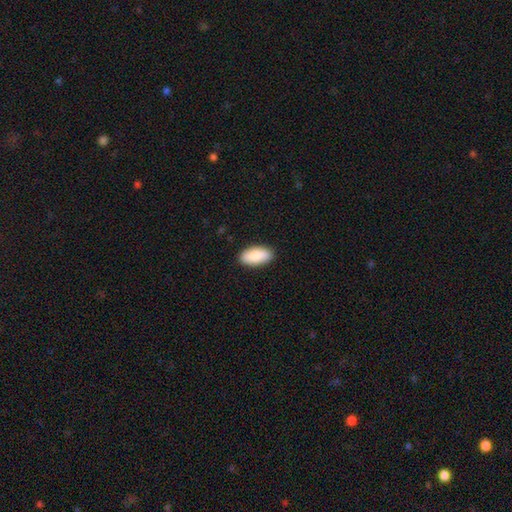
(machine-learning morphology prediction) Smooth or featured? Predicted: smooth (p=0.88). How rounded? Predicted: in between (p=0.92). Merging? Predicted: none (p=0.89).